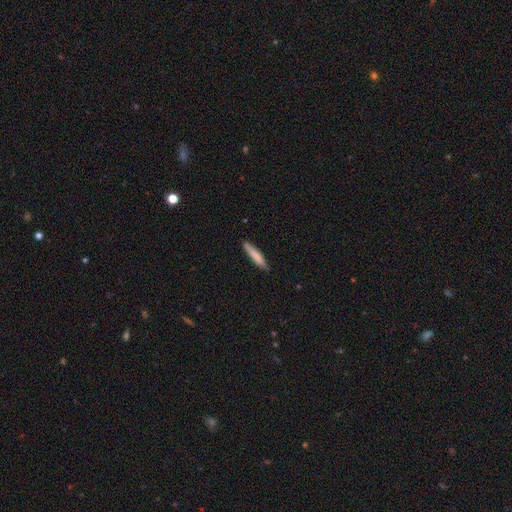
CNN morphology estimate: A smooth galaxy with no disk features (80%) that is cigar-shaped (90%).

Vote fractions:
- Smooth or featured? smooth: 80% / featured or disk: 14% / star or artifact: 5%
- How rounded? cigar-shaped: 90% / in between: 9% / round: 1%
- Merging? none: 85% / minor disturbance: 12% / major disturbance: 2% / merger: 1%